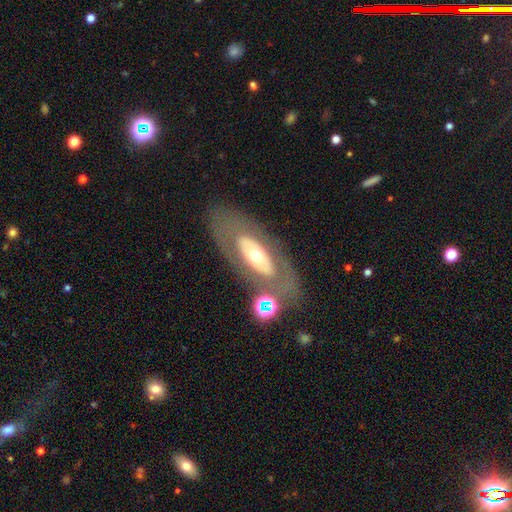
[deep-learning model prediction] Smooth or featured? featured or disk (59%)
Edge-on disk? no (84%)
Merging? none (73%)